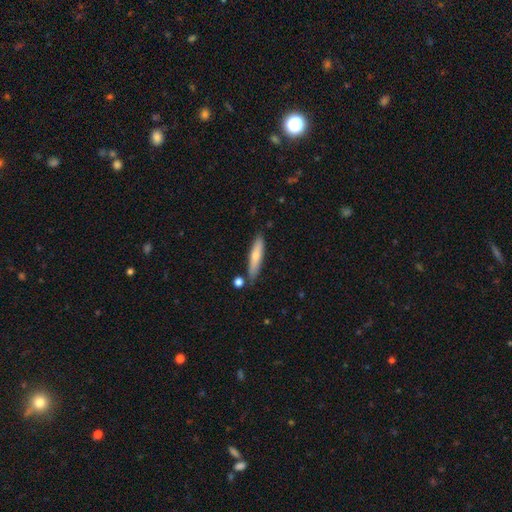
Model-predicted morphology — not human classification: smooth 64%, featured or disk 30%, star or artifact 6%. Down the decision tree: how rounded — cigar-shaped (82%); merging — none (77%).